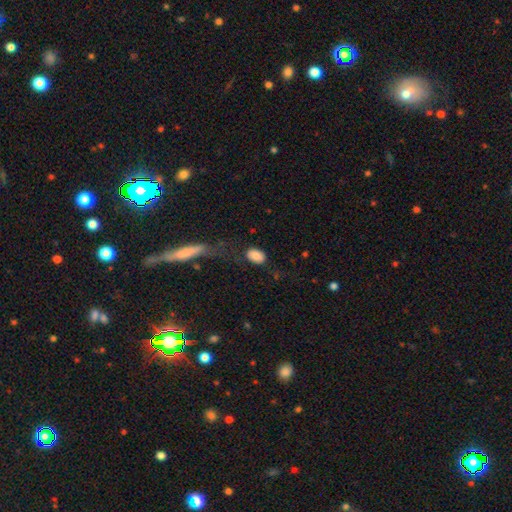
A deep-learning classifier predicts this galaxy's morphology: type=smooth (86%); roundness=in between (86%); merging=none (71%).